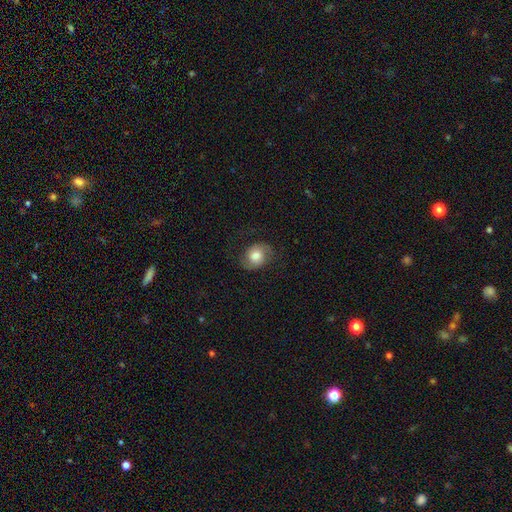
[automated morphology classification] The model was most divided on "how rounded": round: 51%, in between: 48%, cigar-shaped: 1%. More confident: merging — none (72%); smooth or featured — smooth (52%).